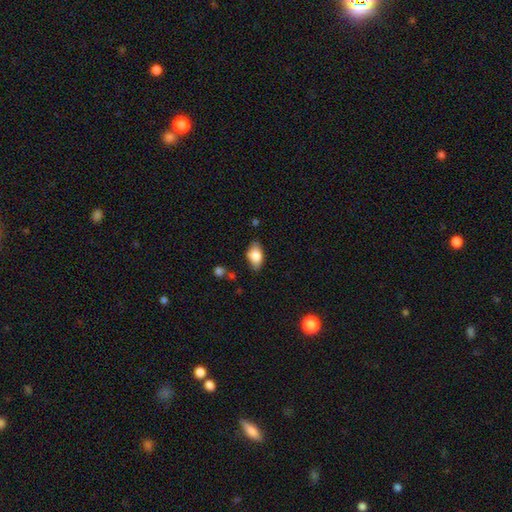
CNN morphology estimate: A smooth galaxy with no disk features (80%) that is in between round and cigar-shaped (89%).

Vote fractions:
- Smooth or featured? smooth: 80% / featured or disk: 13% / star or artifact: 8%
- How rounded? in between: 89% / round: 8% / cigar-shaped: 3%
- Merging? none: 77% / minor disturbance: 18% / major disturbance: 3% / merger: 2%